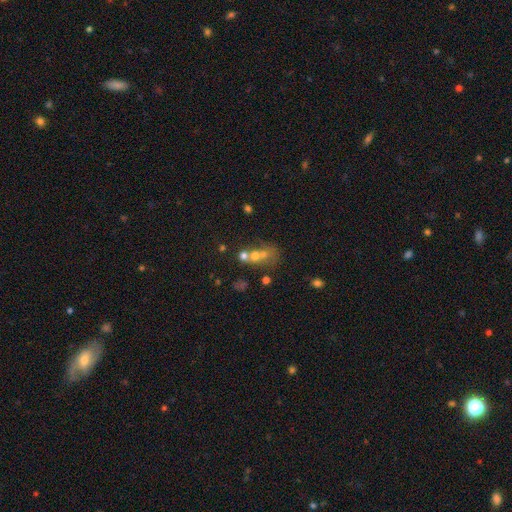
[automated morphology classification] type=smooth (49%); merging=merger (56%).